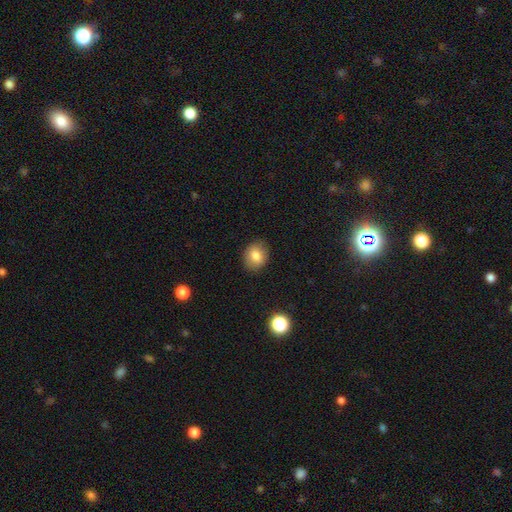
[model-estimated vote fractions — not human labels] The model was most divided on "how rounded": round: 56%, in between: 43%, cigar-shaped: 1%. More confident: merging — none (86%); smooth or featured — smooth (80%).